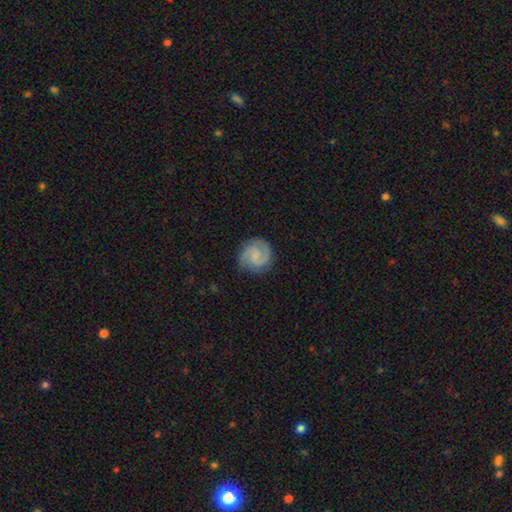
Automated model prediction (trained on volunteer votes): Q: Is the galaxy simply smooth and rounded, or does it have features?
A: featured or disk — 74%.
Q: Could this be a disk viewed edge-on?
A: no — 98%.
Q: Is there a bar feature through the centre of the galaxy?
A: no — 48%.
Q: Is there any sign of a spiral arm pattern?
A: yes — 97%.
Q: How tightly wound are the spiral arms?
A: medium — 47%.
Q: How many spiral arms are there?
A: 2 — 84%.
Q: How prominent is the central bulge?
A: small — 48%.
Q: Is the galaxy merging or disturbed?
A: none — 82%.